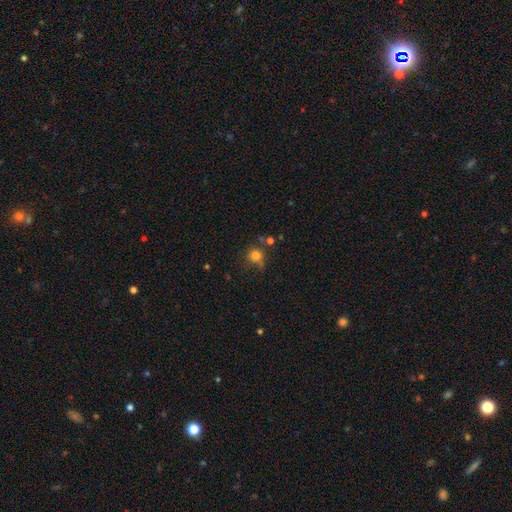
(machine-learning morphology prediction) A smooth galaxy with no disk features (80%) that is round (89%). Merging: none (65%).